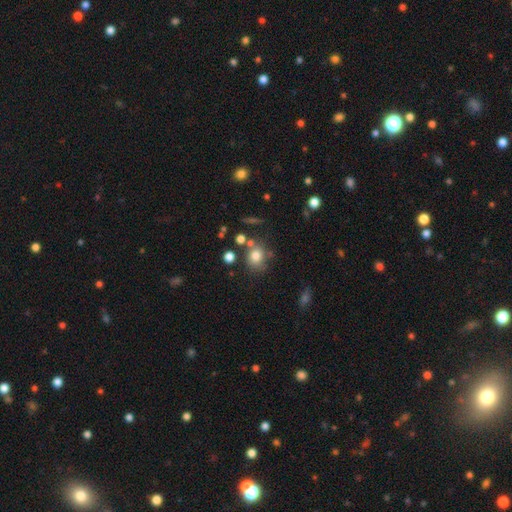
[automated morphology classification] Smooth or featured? smooth (77%)
How rounded? round (72%)
Merging? none (68%)